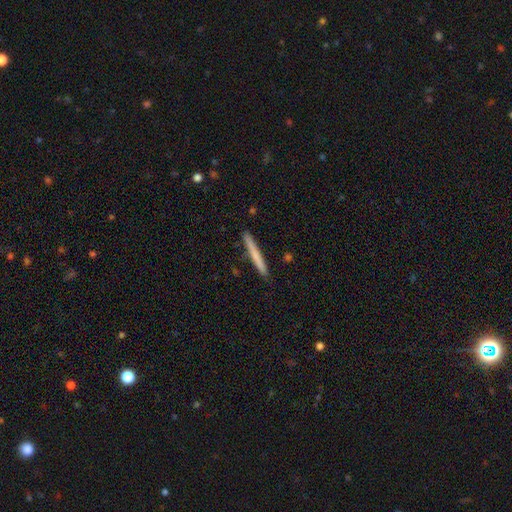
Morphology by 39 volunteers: Q: Smooth or featured?
A: smooth (79%); runner-up: featured or disk (18%)
Q: How rounded?
A: cigar-shaped (97%); runner-up: in between (3%)
Q: Merging?
A: none (92%); runner-up: minor disturbance (8%)